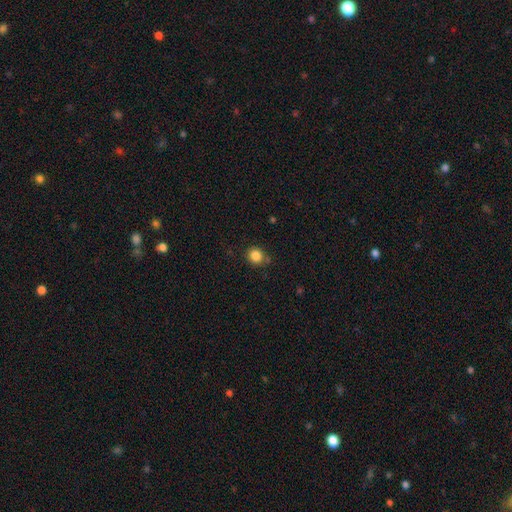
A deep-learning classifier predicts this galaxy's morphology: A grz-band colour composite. It shows a smooth galaxy with no disk features (85%) that is round (81%). Merging: none (79%).